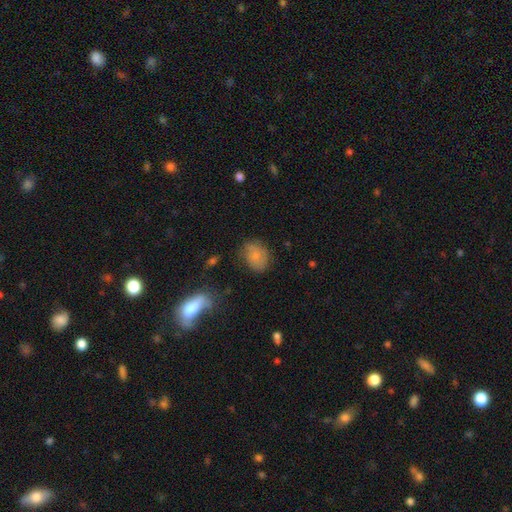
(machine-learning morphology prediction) The model was most divided on "how rounded": in between: 56%, round: 42%, cigar-shaped: 1%. More confident: smooth or featured — smooth (72%); merging — none (64%).